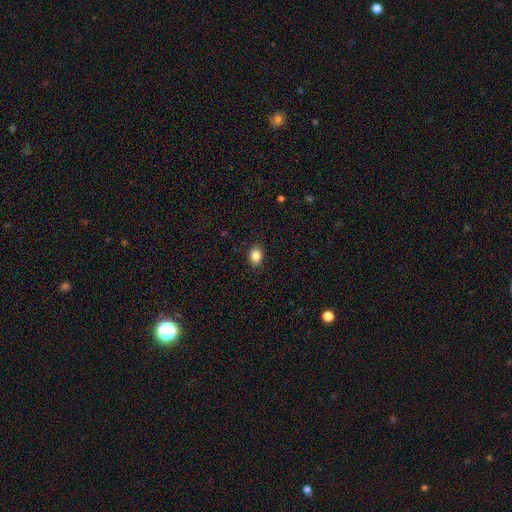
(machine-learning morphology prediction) Smooth or featured?
  - smooth: 86% *
  - star or artifact: 9%
  - featured or disk: 5%
How rounded?
  - in between: 67% *
  - round: 32%
  - cigar-shaped: 1%
Merging?
  - none: 89% *
  - minor disturbance: 8%
  - major disturbance: 2%
  - merger: 1%